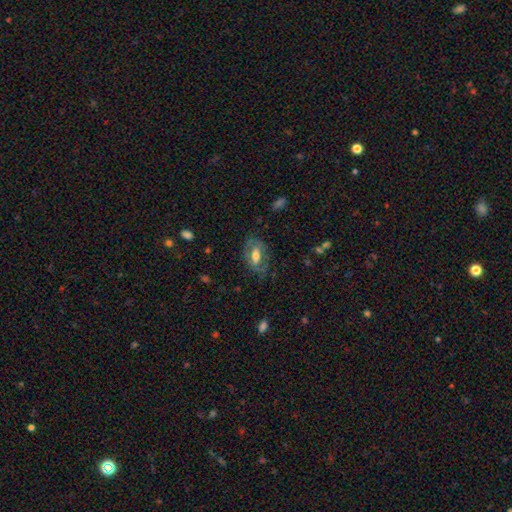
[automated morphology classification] Smooth or featured?
  - featured or disk: 51% *
  - smooth: 42%
  - star or artifact: 7%
Edge-on disk?
  - no: 88% *
  - yes: 12%
Merging?
  - none: 70% *
  - minor disturbance: 18%
  - major disturbance: 11%
  - merger: 1%